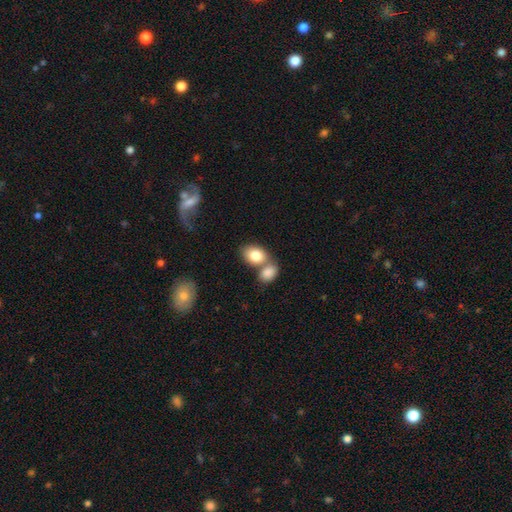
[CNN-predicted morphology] This is clearly a smooth galaxy (82%). How rounded: likely in between (75%). Merging: possibly merger (51%).